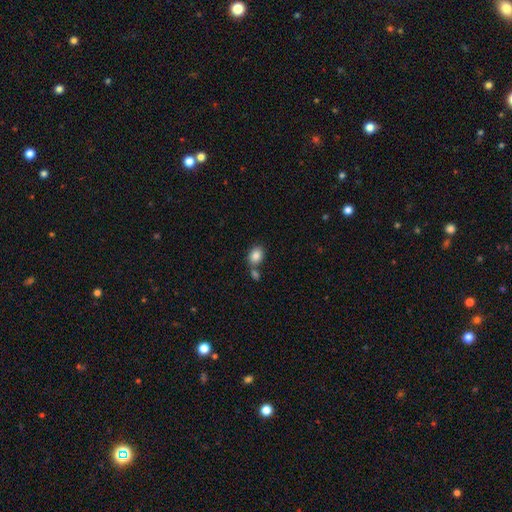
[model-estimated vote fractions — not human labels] smooth_or_featured: smooth (p=0.86) [alt: star or artifact p=0.08]
how_rounded: in between (p=0.66) [alt: round p=0.33]
merging: none (p=0.58) [alt: merger p=0.26]